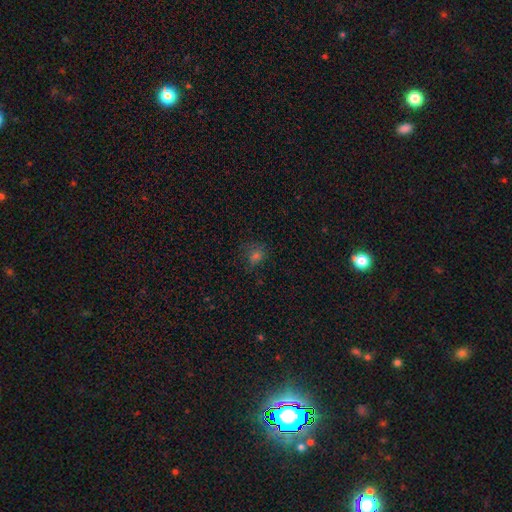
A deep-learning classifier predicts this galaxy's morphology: smooth 59%, star or artifact 30%, featured or disk 10%. Down the decision tree: how rounded — round (70%); merging — none (69%).